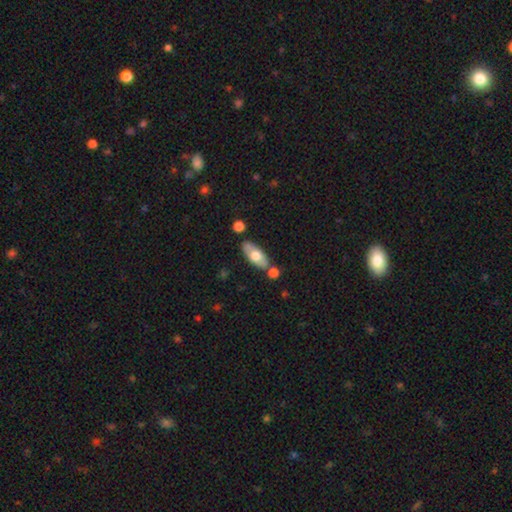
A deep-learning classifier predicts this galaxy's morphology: The model was most divided on "smooth or featured": smooth: 61%, featured or disk: 34%, star or artifact: 6%. More confident: how rounded — in between (83%); merging — none (74%).